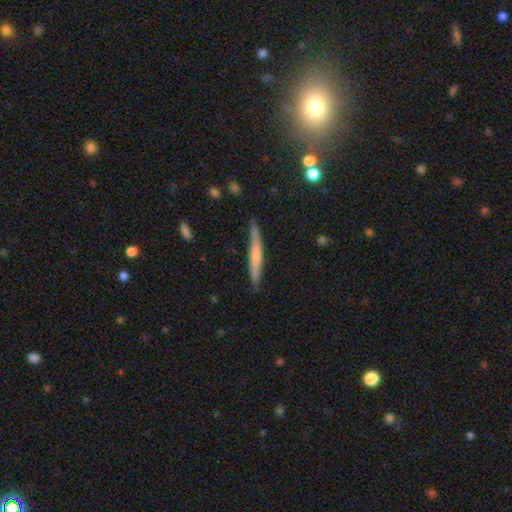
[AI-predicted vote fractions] smooth 53%, featured or disk 41%, star or artifact 6%. Down the decision tree: how rounded — cigar-shaped (95%); merging — none (83%).